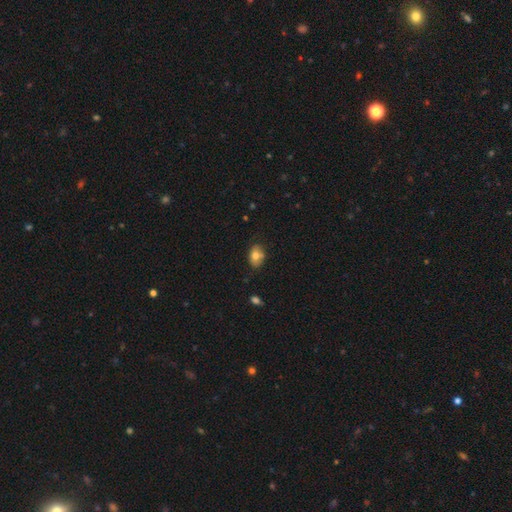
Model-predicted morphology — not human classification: type=smooth (74%); roundness=in between (81%); merging=none (70%).